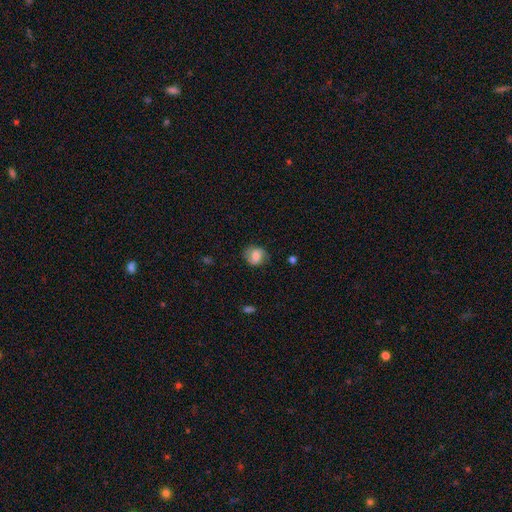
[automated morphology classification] Smooth or featured: smooth — 68% (featured or disk — 24%)
How rounded: round — 66% (in between — 33%)
Merging: none — 73% (minor disturbance — 19%)